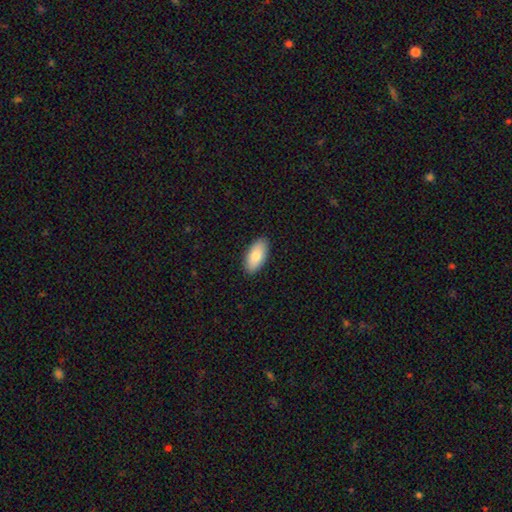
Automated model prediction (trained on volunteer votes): Smooth or featured?
  - smooth: 81% *
  - featured or disk: 13%
  - star or artifact: 6%
How rounded?
  - in between: 93% *
  - cigar-shaped: 5%
  - round: 2%
Merging?
  - none: 90% *
  - minor disturbance: 8%
  - major disturbance: 2%
  - merger: 1%